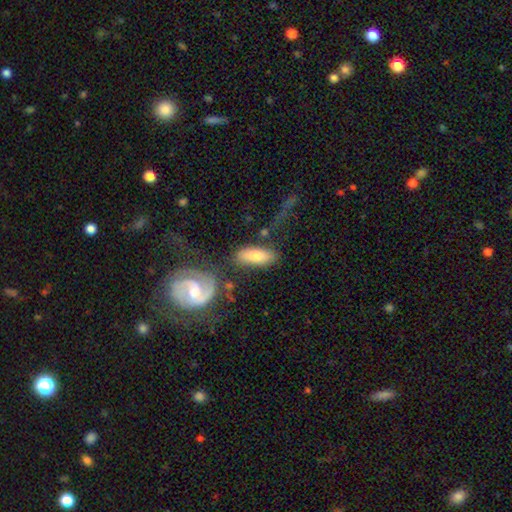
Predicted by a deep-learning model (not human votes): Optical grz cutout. It shows a smooth galaxy with no disk features (67%) that is in between round and cigar-shaped (74%). Merging: none (61%).